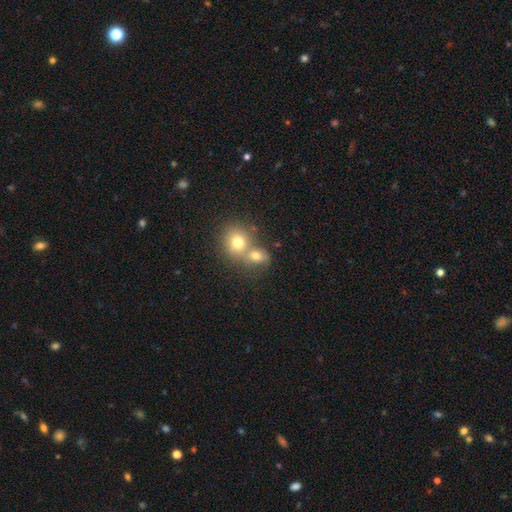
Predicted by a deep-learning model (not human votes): smooth 74%, featured or disk 14%, star or artifact 13%. Down the decision tree: how rounded — round (64%); merging — merger (58%).